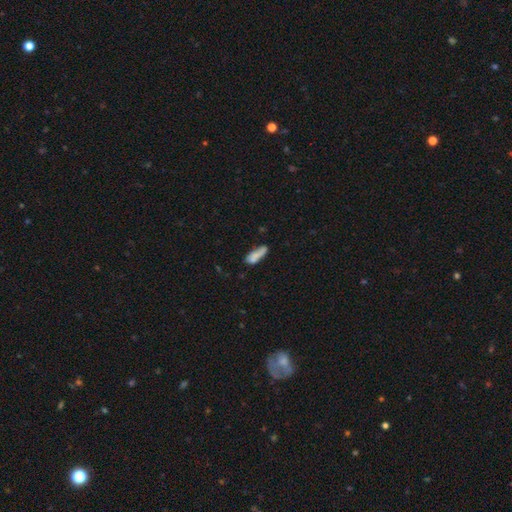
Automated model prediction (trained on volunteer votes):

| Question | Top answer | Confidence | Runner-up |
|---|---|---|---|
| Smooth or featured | smooth | 76% | featured or disk (16%) |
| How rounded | in between | 52% | cigar-shaped (46%) |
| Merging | none | 51% | minor disturbance (27%) |